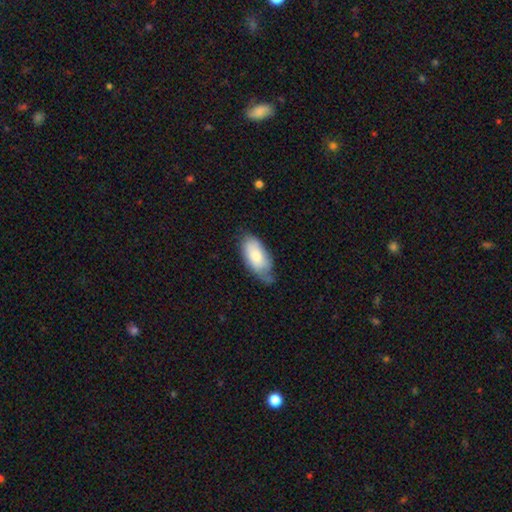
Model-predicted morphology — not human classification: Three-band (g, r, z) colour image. It shows a smooth galaxy with no disk features (74%) that is in between round and cigar-shaped (93%). Merging: none (50%).